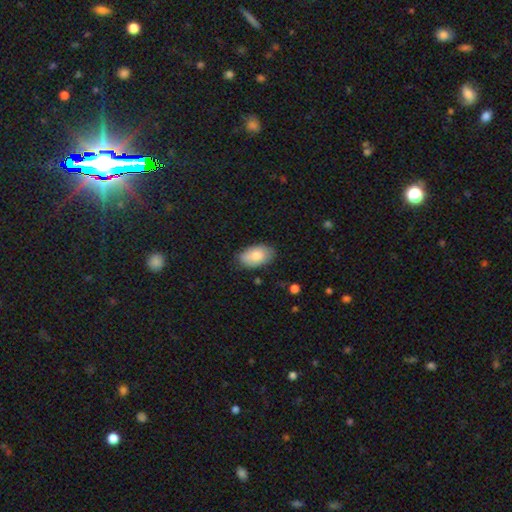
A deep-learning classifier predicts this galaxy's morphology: This appears to be a smooth galaxy with no disk features (81%) that is in between round and cigar-shaped (93%). Merging: none (78%).